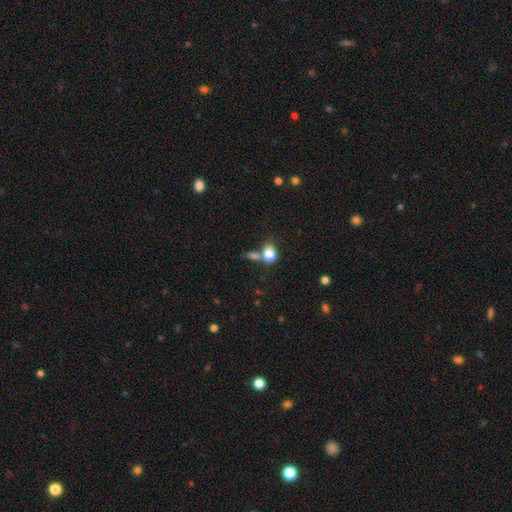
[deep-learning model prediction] Smooth or featured? Predicted: smooth (p=0.75). How rounded? Predicted: in between (p=0.58). Merging? Predicted: none (p=0.46).